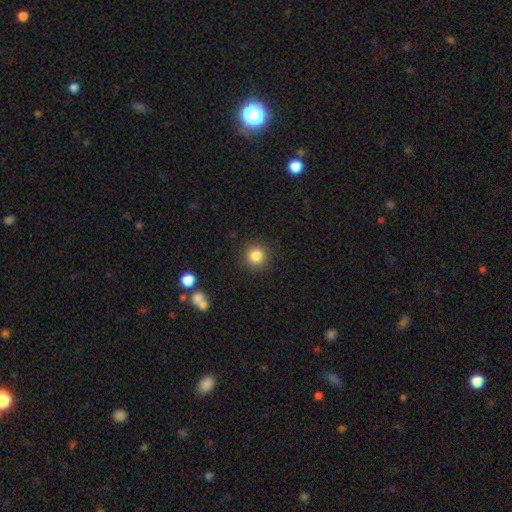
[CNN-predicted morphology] A smooth galaxy with no disk features (84%) that is round (94%).

Vote fractions:
- Smooth or featured? smooth: 84% / star or artifact: 11% / featured or disk: 5%
- How rounded? round: 94% / in between: 5% / cigar-shaped: 1%
- Merging? none: 89% / minor disturbance: 6% / major disturbance: 2% / merger: 2%